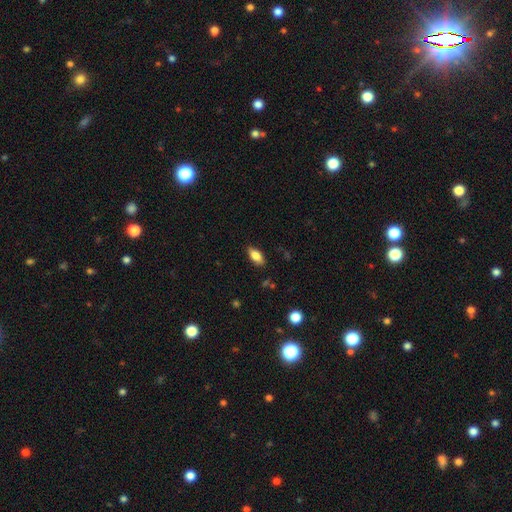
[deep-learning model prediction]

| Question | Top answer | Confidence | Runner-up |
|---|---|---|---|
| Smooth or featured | smooth | 79% | featured or disk (14%) |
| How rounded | in between | 86% | cigar-shaped (11%) |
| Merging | none | 85% | minor disturbance (11%) |